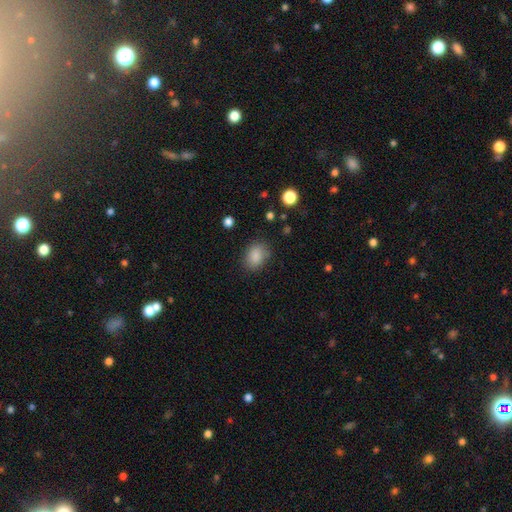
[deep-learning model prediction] This is clearly a smooth galaxy (87%). How rounded: likely in between (69%). Merging: likely none (79%).